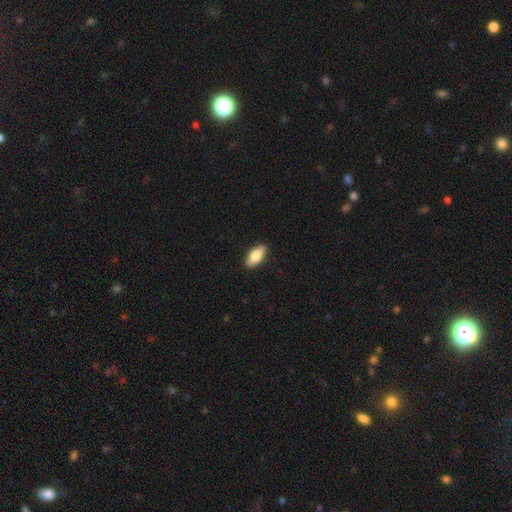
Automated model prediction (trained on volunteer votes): Smooth or featured? Predicted: smooth (p=0.76). How rounded? Predicted: in between (p=0.82). Merging? Predicted: none (p=0.90).